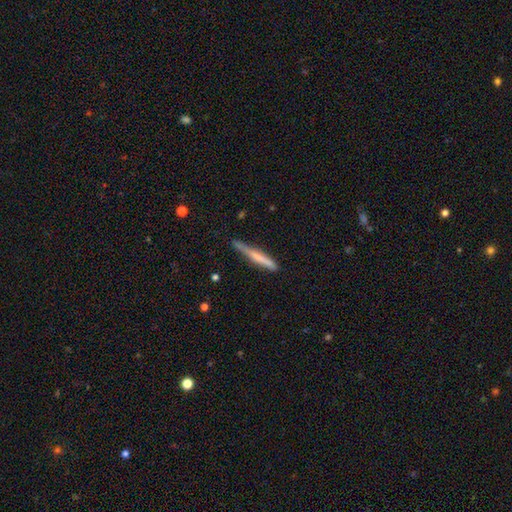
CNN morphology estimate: smooth_or_featured: smooth (p=0.53) [alt: featured or disk p=0.40]
how_rounded: cigar-shaped (p=0.96) [alt: in between p=0.03]
merging: none (p=0.78) [alt: minor disturbance p=0.17]